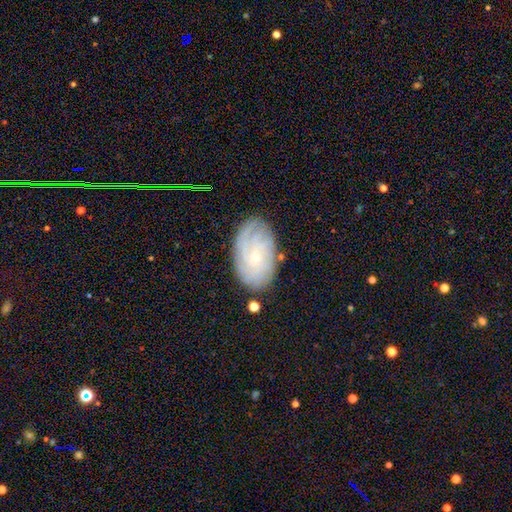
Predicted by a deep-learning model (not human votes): A featured or disk galaxy (66%) with no bar (80%), tight (74%) spiral arms (91%) and a small central bulge (83%). Merging: none (81%).